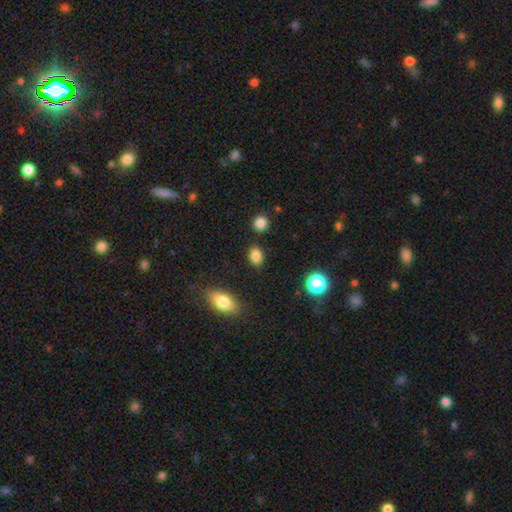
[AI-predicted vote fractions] Smooth or featured: smooth — 85% (star or artifact — 11%)
How rounded: in between — 78% (round — 20%)
Merging: none — 85% (minor disturbance — 9%)